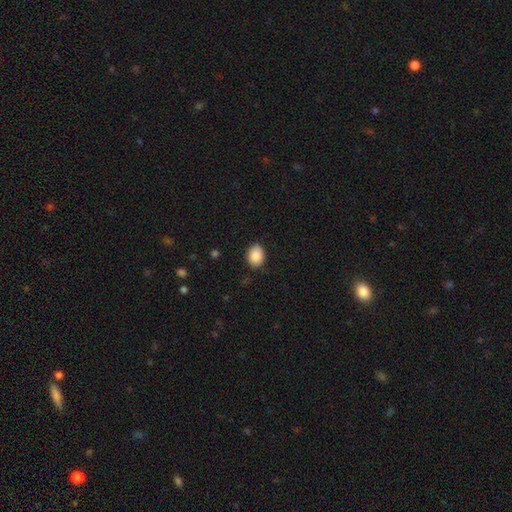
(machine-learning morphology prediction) This is clearly a smooth galaxy (88%). How rounded: likely in between (67%). Merging: clearly none (86%).